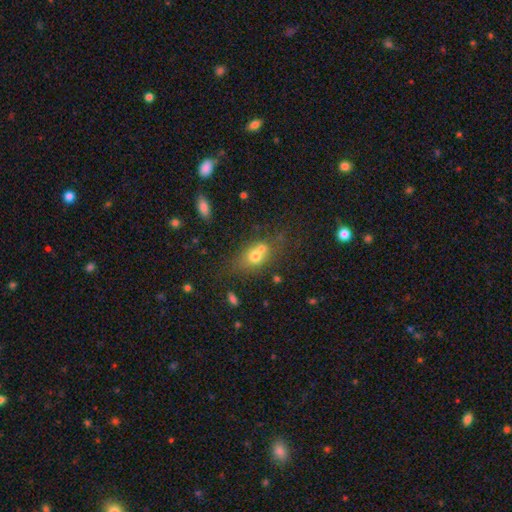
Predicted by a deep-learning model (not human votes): smooth_or_featured: smooth (p=0.64) [alt: featured or disk p=0.22]
how_rounded: in between (p=0.53) [alt: round p=0.44]
merging: merger (p=0.48) [alt: none p=0.36]